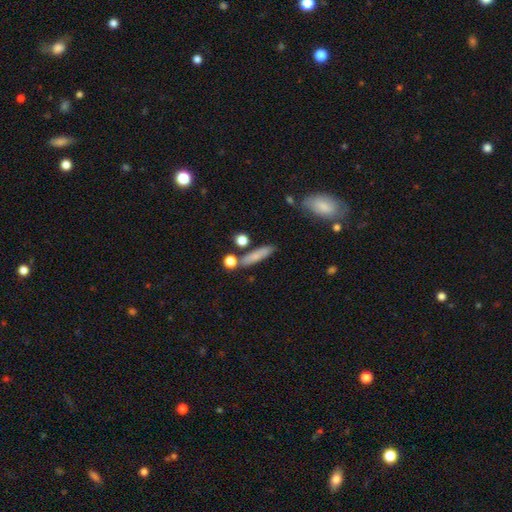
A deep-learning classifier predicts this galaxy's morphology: This appears to be a smooth galaxy with no disk features (74%) that is cigar-shaped (75%). Merging: none (75%).